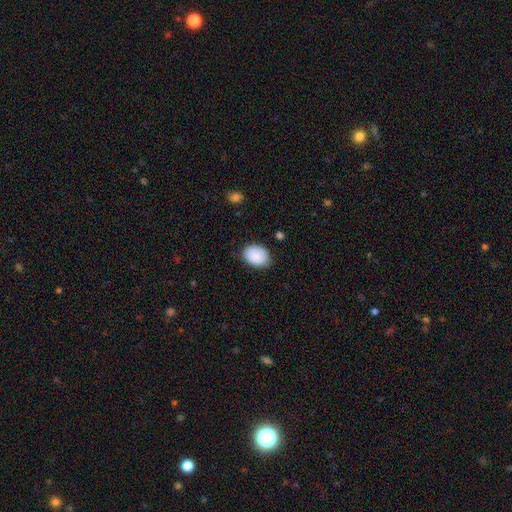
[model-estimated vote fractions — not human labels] smooth_or_featured: smooth (p=0.89) [alt: star or artifact p=0.06]
how_rounded: in between (p=0.74) [alt: round p=0.25]
merging: none (p=0.80) [alt: minor disturbance p=0.16]